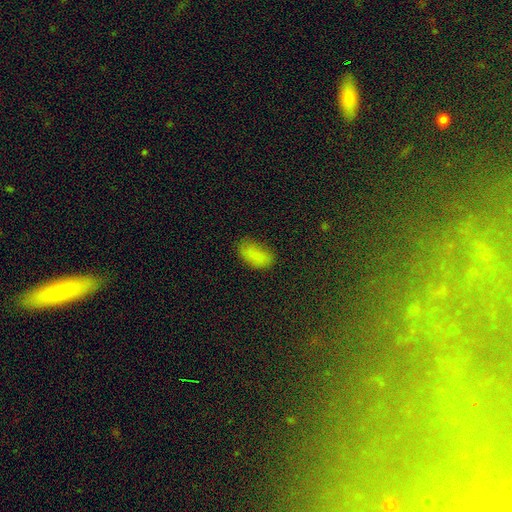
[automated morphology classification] Smooth or featured: smooth — 80% (star or artifact — 12%)
How rounded: in between — 92% (cigar-shaped — 4%)
Merging: none — 65% (minor disturbance — 24%)